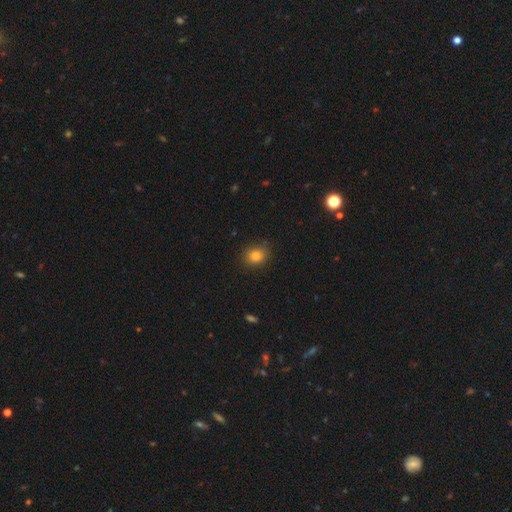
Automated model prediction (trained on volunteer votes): This appears to be a smooth galaxy with no disk features (83%) that is round (59%). Merging: none (84%).